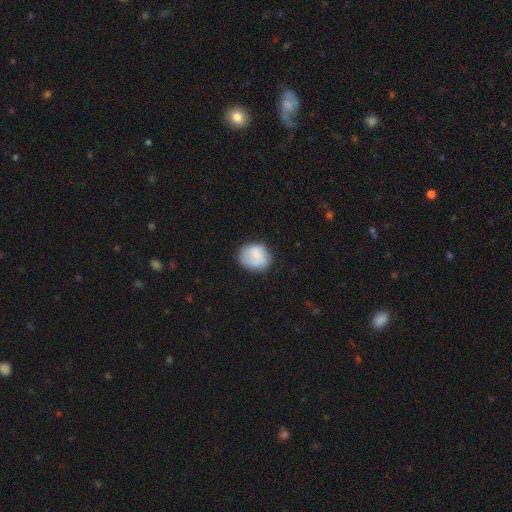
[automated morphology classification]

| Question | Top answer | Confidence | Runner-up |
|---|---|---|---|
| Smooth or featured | smooth | 79% | featured or disk (14%) |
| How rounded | round | 72% | in between (27%) |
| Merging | none | 73% | minor disturbance (19%) |